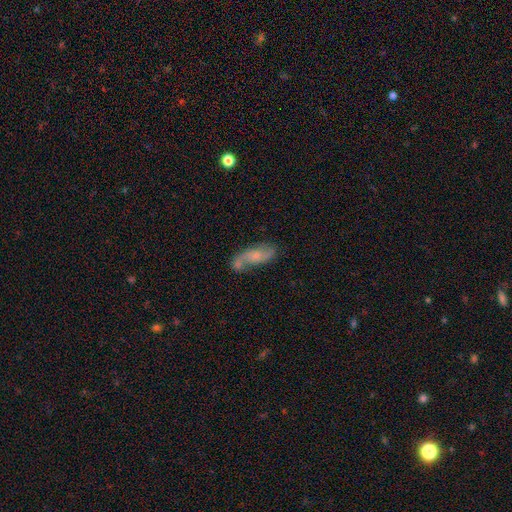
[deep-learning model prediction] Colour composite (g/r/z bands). It shows a featured or disk galaxy (62%) with no bar (64%), spiral arms (87%) and a small central bulge (54%). Merging: none (52%).